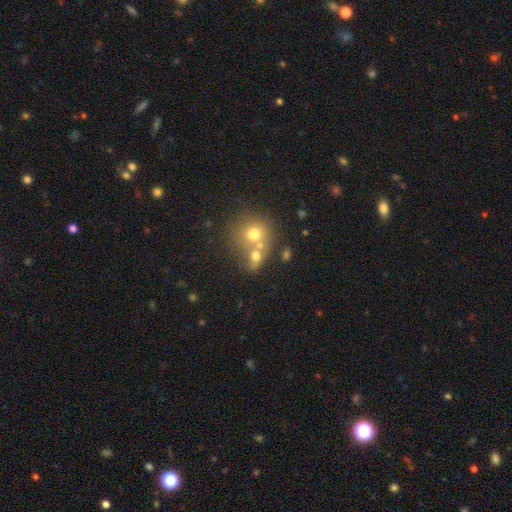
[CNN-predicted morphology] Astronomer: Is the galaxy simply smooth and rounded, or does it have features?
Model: smooth — 66%.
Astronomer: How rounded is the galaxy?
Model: round — 64%.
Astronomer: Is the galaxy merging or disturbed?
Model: merger — 53% (runner-up: none, 33%).